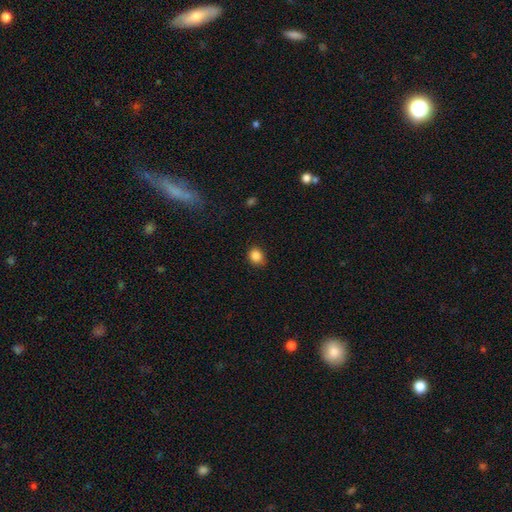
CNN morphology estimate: A smooth galaxy with no disk features (86%) that is round (75%). Merging: none (79%).